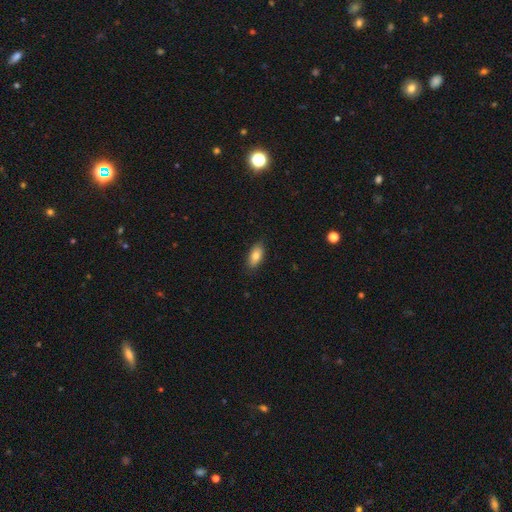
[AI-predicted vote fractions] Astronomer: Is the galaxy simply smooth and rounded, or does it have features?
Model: smooth — 80%.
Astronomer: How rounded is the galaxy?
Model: in between — 88%.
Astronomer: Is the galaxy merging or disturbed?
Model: none — 85%.